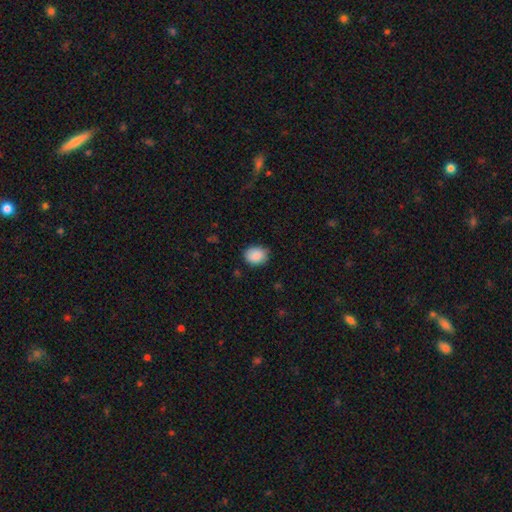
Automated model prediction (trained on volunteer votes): Overall: smooth (88%). How rounded: round (50%; in between 49%). Merging: none (79%).